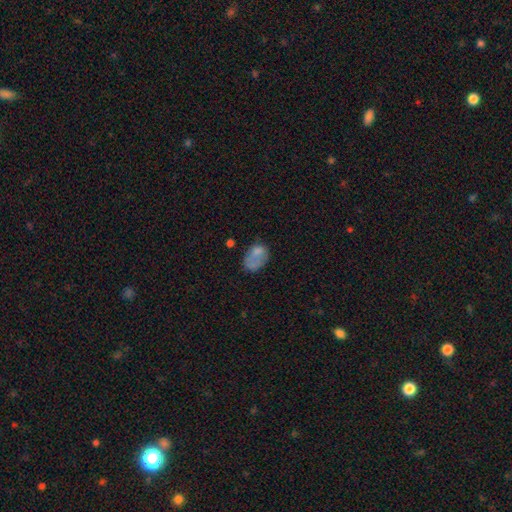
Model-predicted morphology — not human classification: smooth-or-featured: smooth: 67% | featured or disk: 22% | star or artifact: 11%
  how-rounded: in between: 79% | round: 20% | cigar-shaped: 1%
  merging: none: 38% | minor disturbance: 28% | major disturbance: 24% | merger: 11%